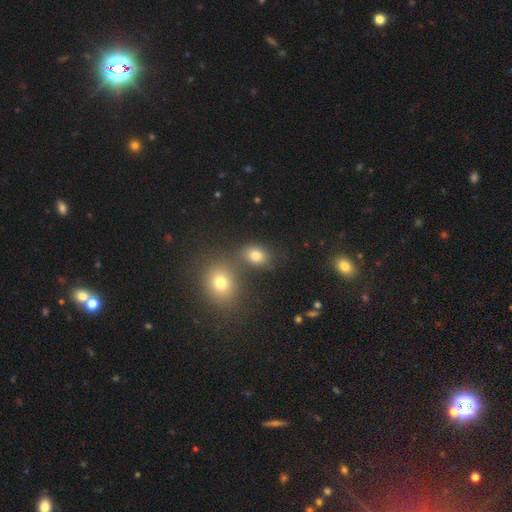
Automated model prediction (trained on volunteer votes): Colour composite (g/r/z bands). It shows a smooth galaxy with no disk features (73%) that is in between round and cigar-shaped (59%). Merging: none (64%).